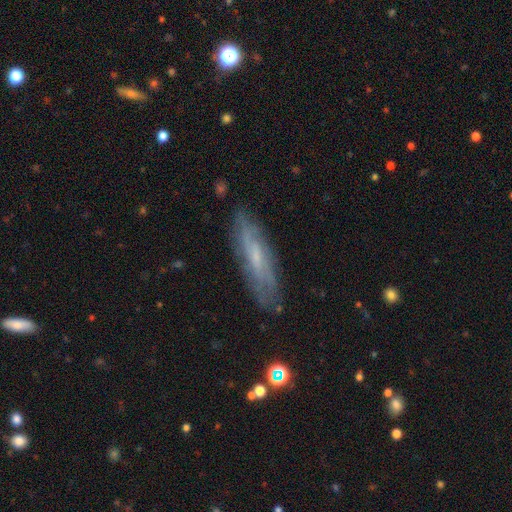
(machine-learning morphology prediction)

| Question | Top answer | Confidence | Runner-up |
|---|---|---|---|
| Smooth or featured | featured or disk | 54% | smooth (38%) |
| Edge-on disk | no | 56% | yes (44%) |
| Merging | none | 79% | minor disturbance (16%) |